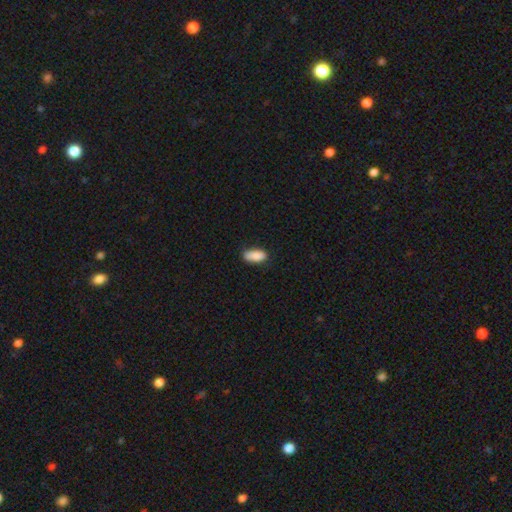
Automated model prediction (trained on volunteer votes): Smooth or featured: smooth — 89% (star or artifact — 7%)
How rounded: in between — 88% (cigar-shaped — 9%)
Merging: none — 75% (minor disturbance — 21%)